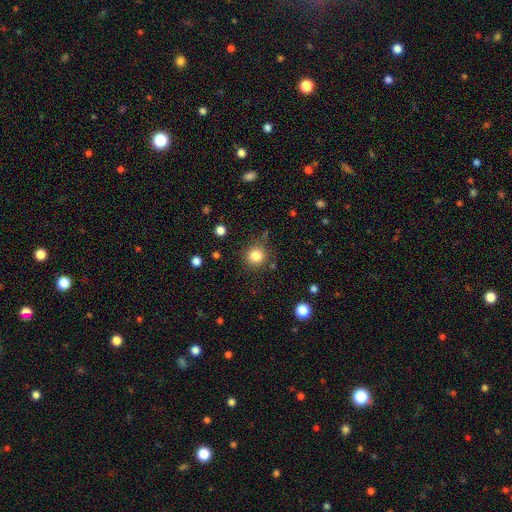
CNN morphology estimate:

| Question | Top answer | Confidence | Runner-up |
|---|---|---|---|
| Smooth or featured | smooth | 83% | star or artifact (12%) |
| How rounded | round | 92% | in between (7%) |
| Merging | none | 84% | minor disturbance (9%) |